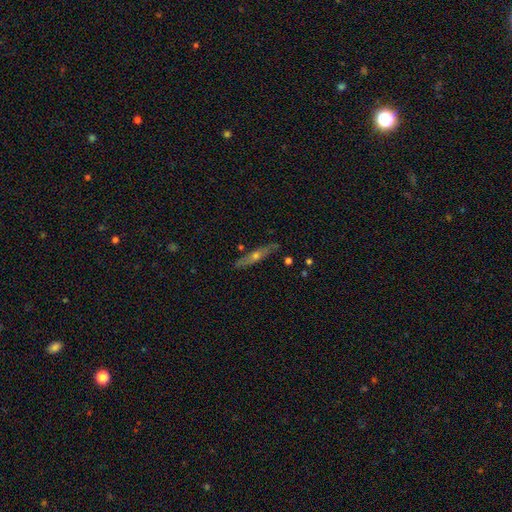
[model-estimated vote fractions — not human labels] Morphology: type=featured or disk (65%); edge-on=yes (87%); edge-on bulge=rounded (87%); merging=none (84%).